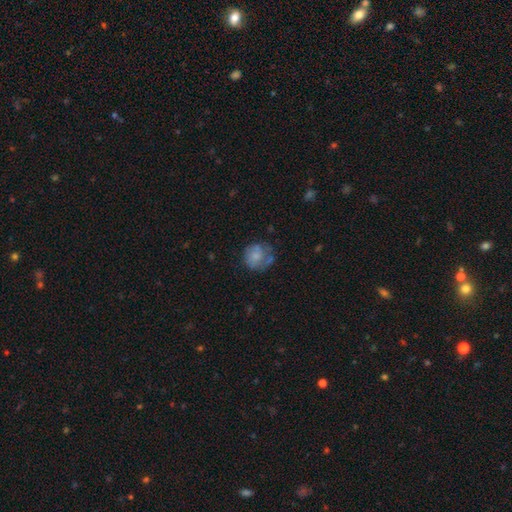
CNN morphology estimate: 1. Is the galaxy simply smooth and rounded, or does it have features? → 62% smooth, 30% featured or disk, 8% star or artifact.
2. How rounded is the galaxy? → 79% round, 20% in between, 1% cigar-shaped.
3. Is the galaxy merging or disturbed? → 50% none, 27% minor disturbance, 16% major disturbance, 7% merger.